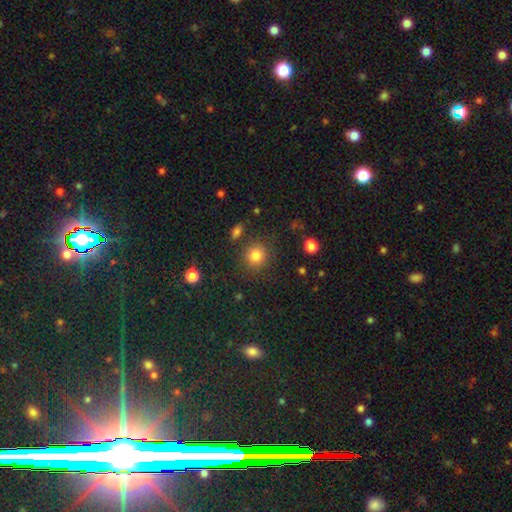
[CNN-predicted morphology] type=smooth (81%); roundness=round (87%); merging=none (83%).